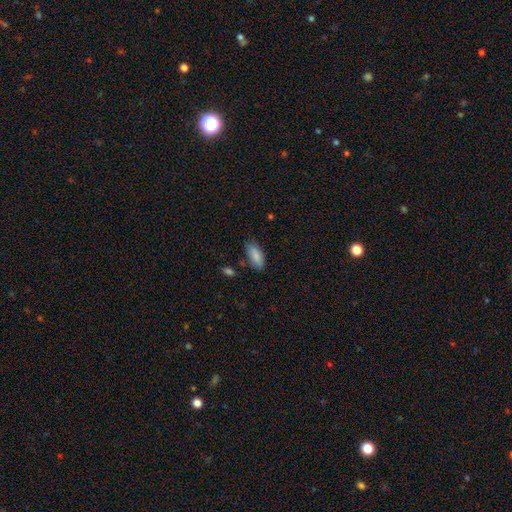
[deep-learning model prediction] Smooth or featured? smooth (84%)
How rounded? in between (84%)
Merging? none (72%)